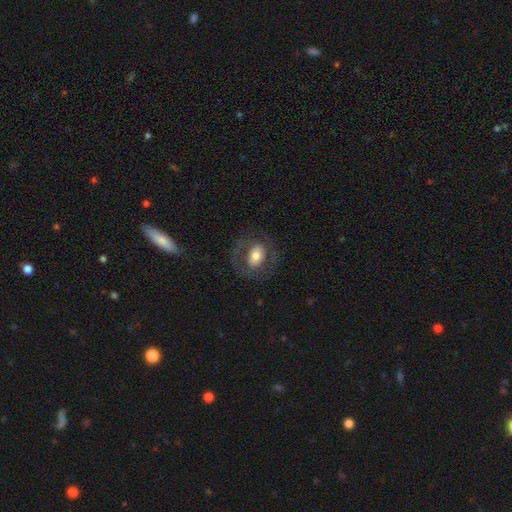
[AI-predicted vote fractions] Q: Smooth or featured?
A: smooth (54%); runner-up: featured or disk (38%)
Q: How rounded?
A: in between (69%); runner-up: round (30%)
Q: Merging?
A: none (69%); runner-up: minor disturbance (15%)